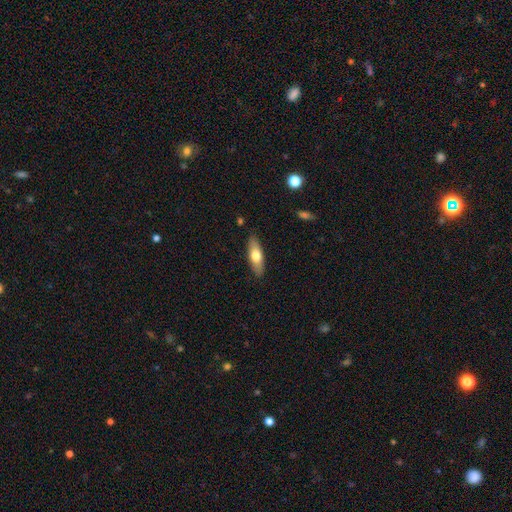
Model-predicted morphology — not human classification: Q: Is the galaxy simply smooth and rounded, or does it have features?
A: smooth — 64%.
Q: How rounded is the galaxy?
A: in between — 57%.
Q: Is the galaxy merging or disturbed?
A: none — 87%.